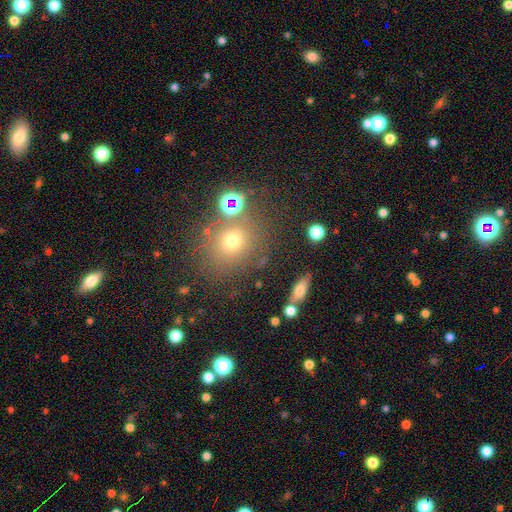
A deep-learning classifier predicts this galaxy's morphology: Q: Smooth or featured?
A: smooth (49%); runner-up: star or artifact (38%)
Q: Merging?
A: none (76%); runner-up: merger (10%)